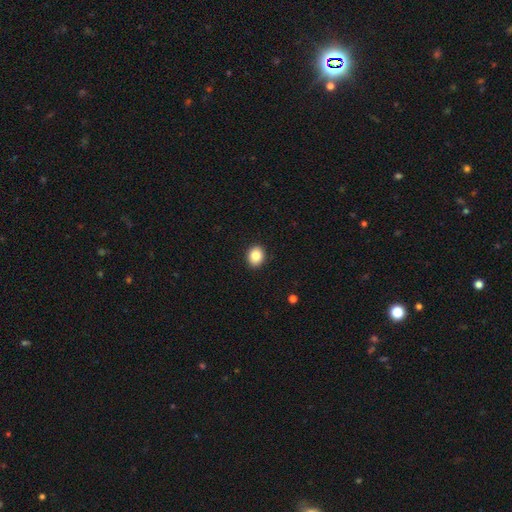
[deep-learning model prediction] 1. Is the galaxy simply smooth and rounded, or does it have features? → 86% smooth, 9% star or artifact, 5% featured or disk.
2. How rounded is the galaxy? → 56% round, 43% in between, 1% cigar-shaped.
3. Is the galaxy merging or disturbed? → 91% none, 6% minor disturbance, 2% major disturbance, 1% merger.